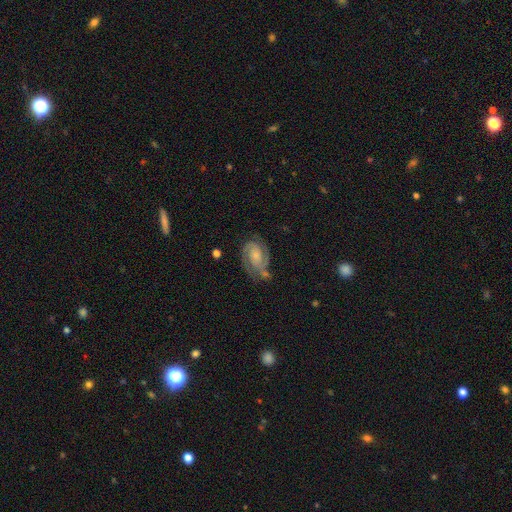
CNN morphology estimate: Smooth or featured: featured or disk — 84% (smooth — 10%)
Edge-on disk: no — 97% (yes — 3%)
Bar: no — 61% (weak — 32%)
Spiral arms: yes — 97% (no — 3%)
Spiral winding: tight — 50% (medium — 41%)
Spiral arm count: 2 — 81% (3 — 7%)
Bulge size: small — 49% (moderate — 28%)
Merging: none — 64% (minor disturbance — 20%)